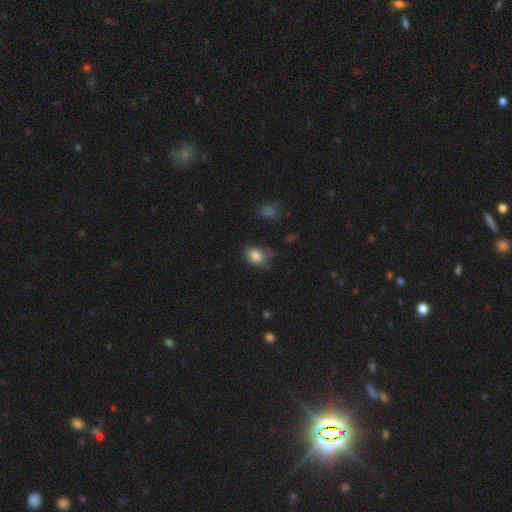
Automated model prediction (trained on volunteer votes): Overall: smooth (83%). How rounded: in between (61%; round 37%). Merging: none (59%; minor disturbance 29%).